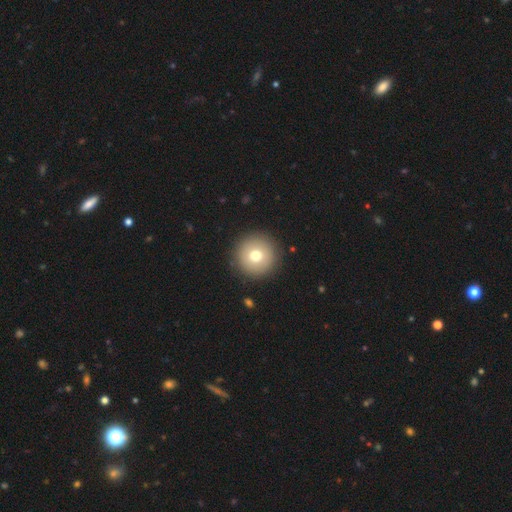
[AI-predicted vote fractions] This is likely a smooth galaxy (73%). How rounded: clearly round (96%). Merging: clearly none (91%).